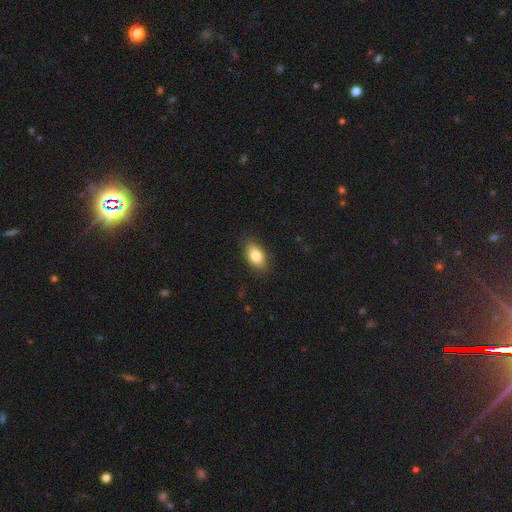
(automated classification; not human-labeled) smooth 81%, featured or disk 11%, star or artifact 8%. Down the decision tree: how rounded — in between (89%); merging — none (87%).